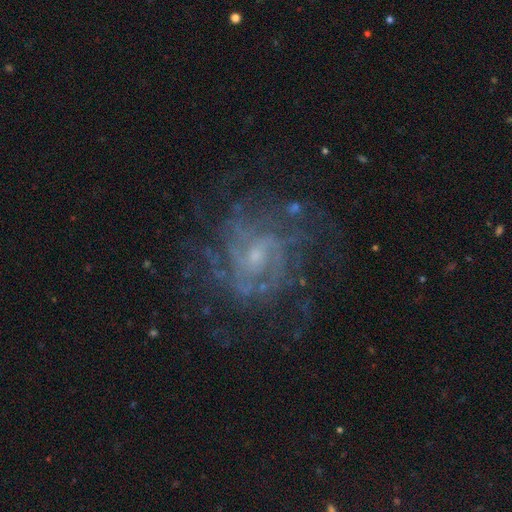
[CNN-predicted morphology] Smooth or featured?
  - featured or disk: 82% *
  - star or artifact: 11%
  - smooth: 7%
Edge-on disk?
  - no: 98% *
  - yes: 2%
Bar?
  - no: 51% *
  - weak: 41%
  - strong: 8%
Spiral arms?
  - yes: 91% *
  - no: 9%
Spiral winding?
  - tight: 55% *
  - medium: 35%
  - loose: 10%
Spiral arm count?
  - can't tell: 42% *
  - 2: 15%
  - 4: 14%
  - 3: 13%
  - more than 4: 9%
  - 1: 6%
Bulge size?
  - small: 69% *
  - moderate: 23%
  - none: 7%
  - large: 1%
  - dominant: 1%
Merging?
  - none: 72% *
  - minor disturbance: 15%
  - major disturbance: 12%
  - merger: 2%